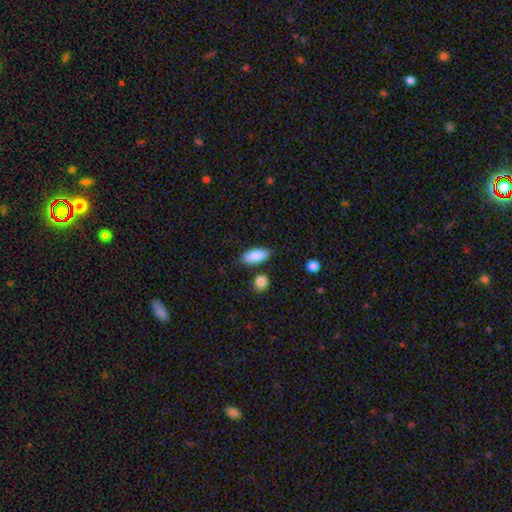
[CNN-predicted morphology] type=smooth (89%); roundness=in between (86%); merging=none (82%).